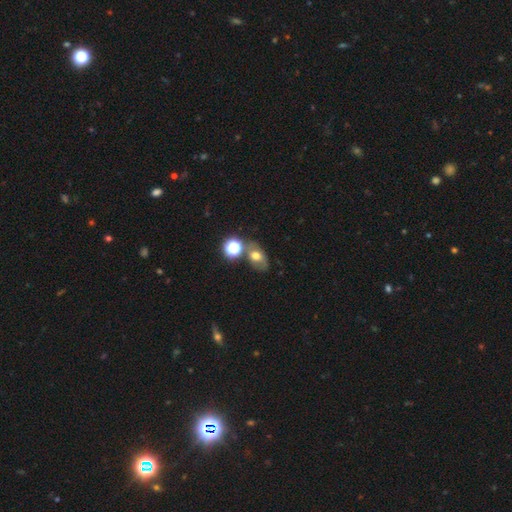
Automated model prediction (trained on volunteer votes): Smooth or featured: smooth — 55% (featured or disk — 27%)
How rounded: in between — 72% (round — 26%)
Merging: none — 55% (merger — 22%)